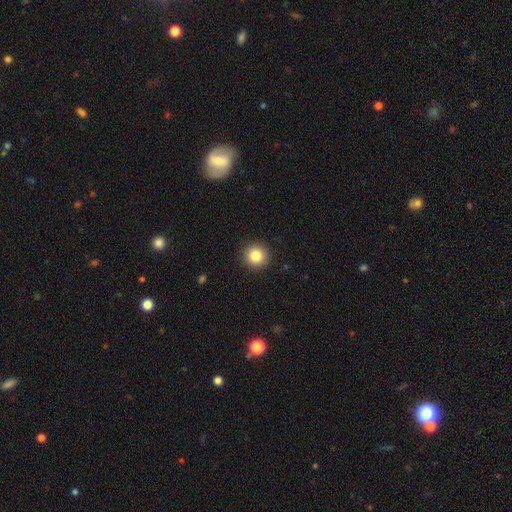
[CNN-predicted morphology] Smooth or featured? smooth (84%)
How rounded? round (95%)
Merging? none (92%)